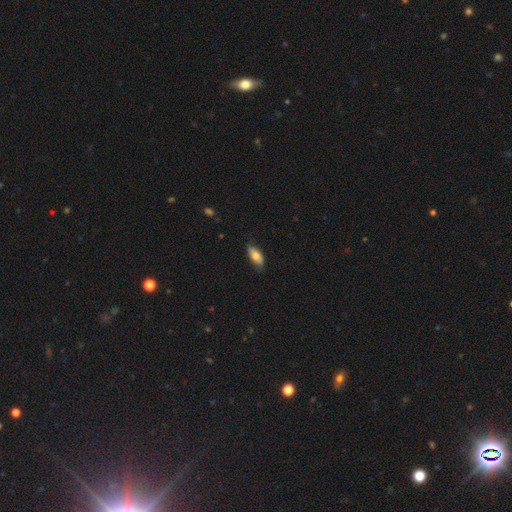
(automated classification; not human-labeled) Smooth or featured? Predicted: smooth (p=0.72). How rounded? Predicted: in between (p=0.84). Merging? Predicted: none (p=0.77).